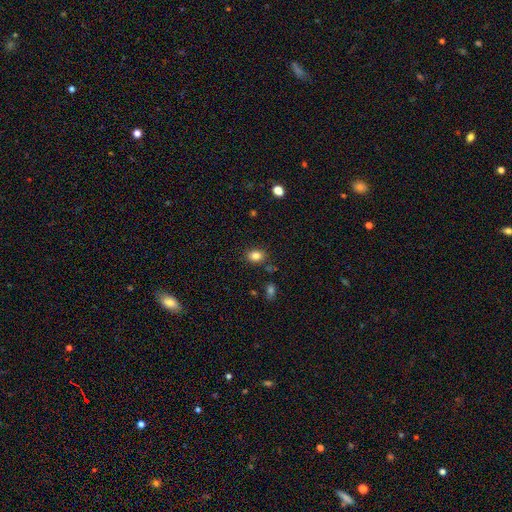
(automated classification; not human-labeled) The model was most divided on "how rounded": in between: 59%, round: 40%, cigar-shaped: 1%. More confident: merging — none (84%); smooth or featured — smooth (83%).